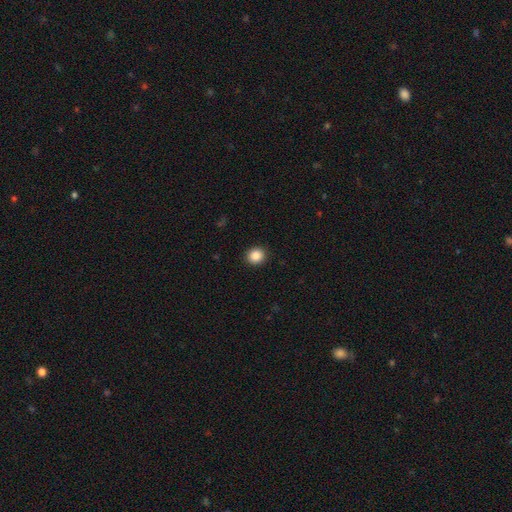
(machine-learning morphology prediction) Smooth or featured: smooth — 87% (star or artifact — 10%)
How rounded: round — 87% (in between — 12%)
Merging: none — 92% (minor disturbance — 6%)